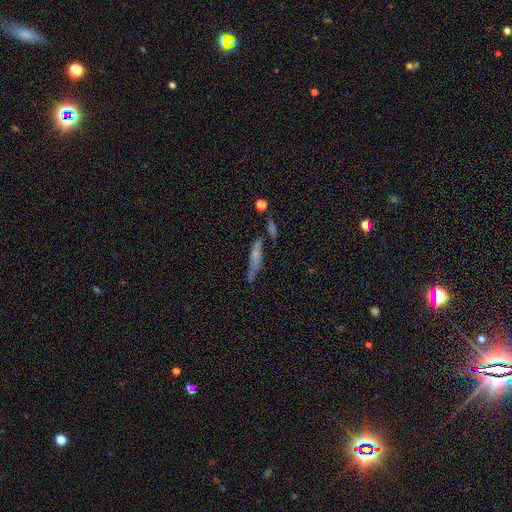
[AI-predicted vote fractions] Smooth or featured? Predicted: smooth (p=0.48). Merging? Predicted: none (p=0.48).